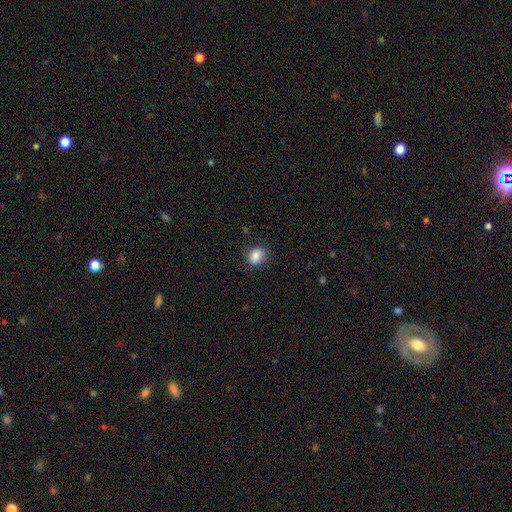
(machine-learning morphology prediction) Q: Smooth or featured?
A: smooth (80%); runner-up: featured or disk (11%)
Q: How rounded?
A: round (56%); runner-up: in between (43%)
Q: Merging?
A: none (78%); runner-up: minor disturbance (17%)